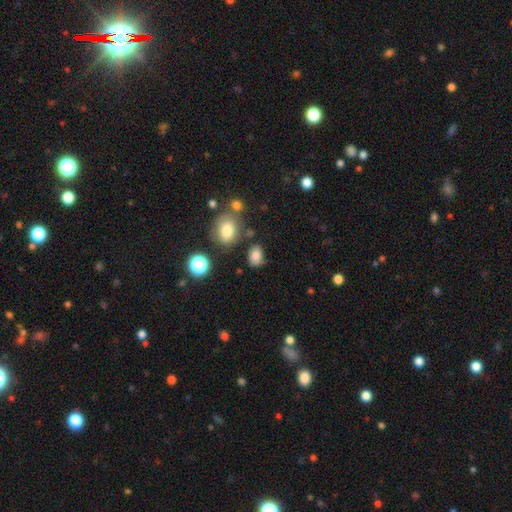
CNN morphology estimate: Smooth or featured? smooth (79%)
How rounded? in between (73%)
Merging? none (69%)